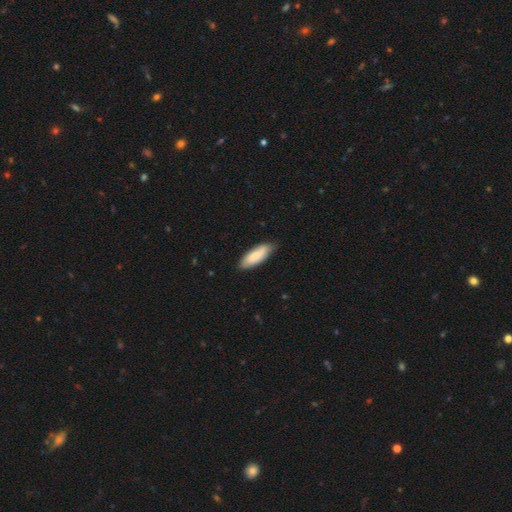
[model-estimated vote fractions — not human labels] Morphology: type=smooth (83%); roundness=in between (65%); merging=none (80%).